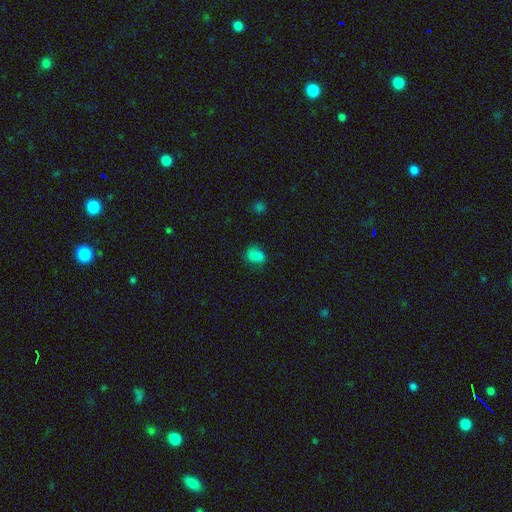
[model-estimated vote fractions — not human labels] Q: Smooth or featured?
A: smooth (81%); runner-up: star or artifact (14%)
Q: How rounded?
A: in between (80%); runner-up: round (19%)
Q: Merging?
A: none (69%); runner-up: minor disturbance (23%)